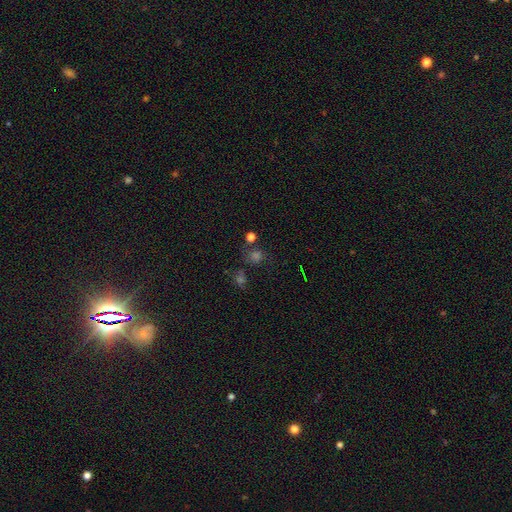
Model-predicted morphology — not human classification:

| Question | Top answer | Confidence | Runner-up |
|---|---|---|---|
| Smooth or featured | smooth | 47% | star or artifact (41%) |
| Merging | none | 64% | merger (15%) |